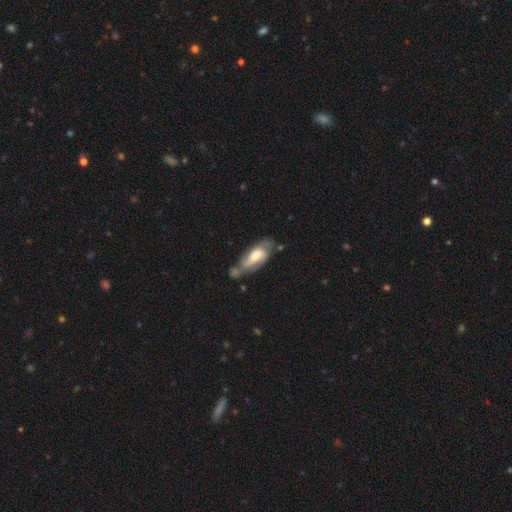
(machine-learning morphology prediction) type=featured or disk (63%); edge-on=no (89%); bar=no (50%); spiral arms=yes (87%); bulge=moderate (43%); merging=none (42%).